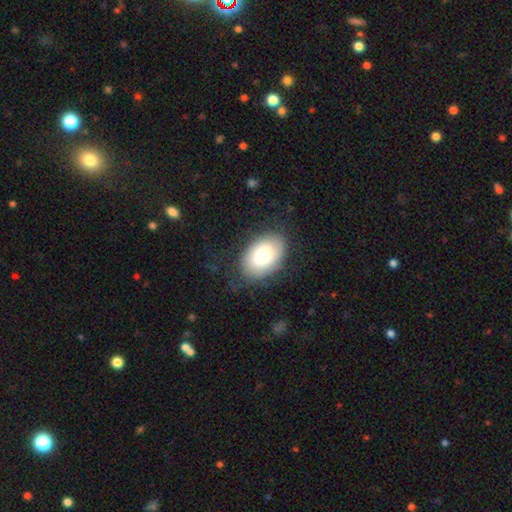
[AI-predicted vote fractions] Smooth or featured? Predicted: smooth (p=0.70). How rounded? Predicted: in between (p=0.85). Merging? Predicted: none (p=0.74).